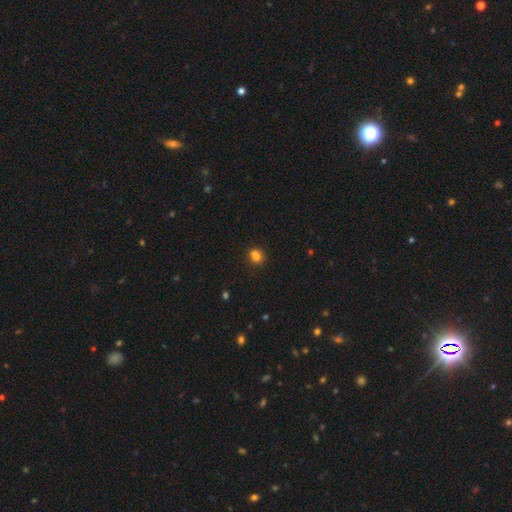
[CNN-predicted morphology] The model was most divided on "how rounded": in between: 50%, round: 48%, cigar-shaped: 2%. More confident: smooth or featured — smooth (82%); merging — none (72%).